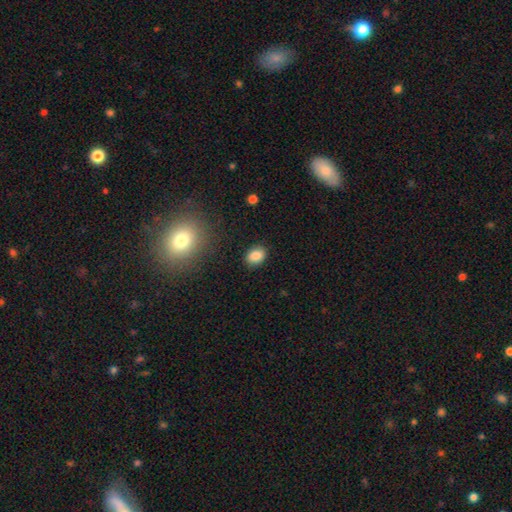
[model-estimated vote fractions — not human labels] smooth_or_featured: smooth (p=0.85) [alt: star or artifact p=0.09]
how_rounded: in between (p=0.69) [alt: round p=0.30]
merging: none (p=0.87) [alt: minor disturbance p=0.09]